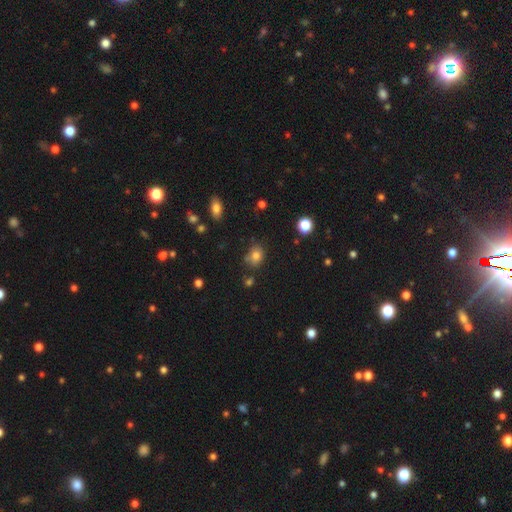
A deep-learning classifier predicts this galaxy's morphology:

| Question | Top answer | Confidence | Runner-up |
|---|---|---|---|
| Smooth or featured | smooth | 80% | star or artifact (12%) |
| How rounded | in between | 54% | round (45%) |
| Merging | none | 68% | minor disturbance (20%) |